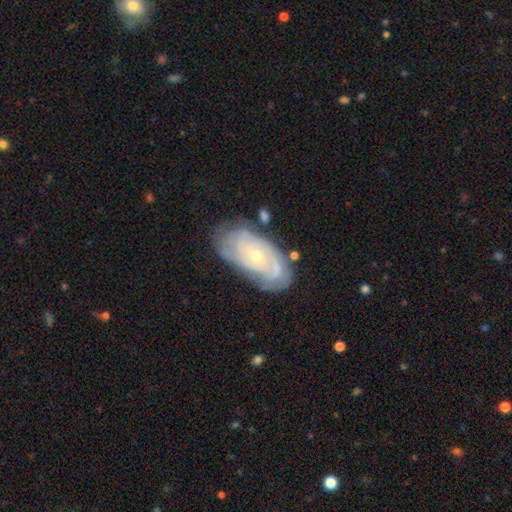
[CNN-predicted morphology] Smooth or featured? Predicted: featured or disk (p=0.83). Edge-on disk? Predicted: no (p=0.95). Bar? Predicted: no (p=0.75). Spiral arms? Predicted: yes (p=0.92). Spiral winding? Predicted: tight (p=0.73). Spiral arm count? Predicted: can't tell (p=0.38). Bulge size? Predicted: small (p=0.66). Merging? Predicted: none (p=0.70).